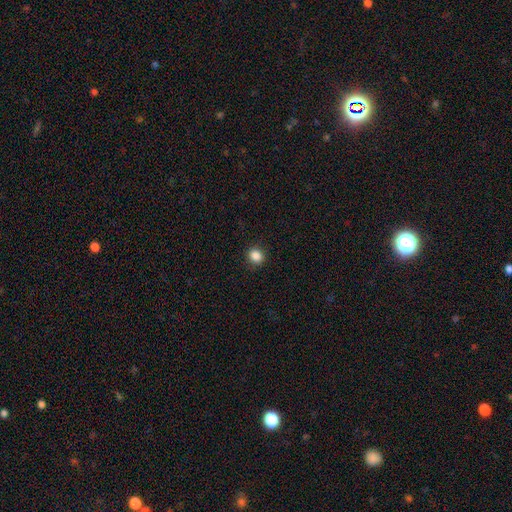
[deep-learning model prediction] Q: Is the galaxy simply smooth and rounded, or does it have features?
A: smooth — 87%.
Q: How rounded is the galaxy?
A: round — 76%.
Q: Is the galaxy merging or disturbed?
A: none — 90%.